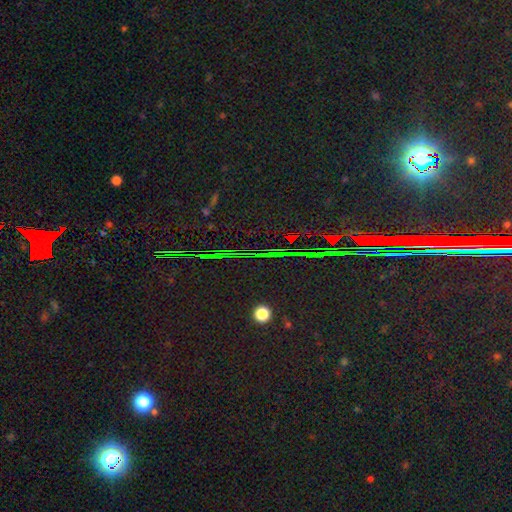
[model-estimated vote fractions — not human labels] Smooth or featured: star or artifact — 85% (smooth — 8%)